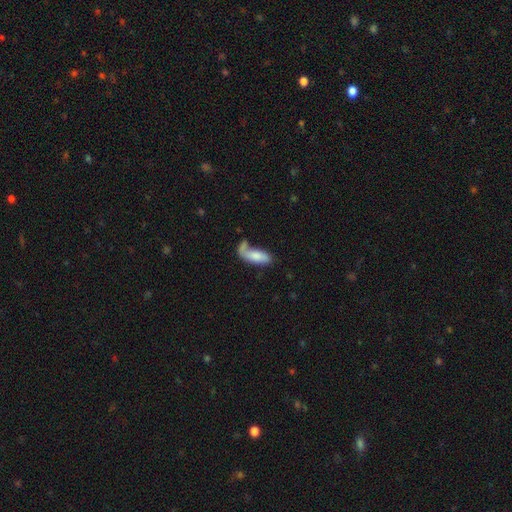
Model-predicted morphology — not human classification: Smooth or featured? Predicted: smooth (p=0.68). How rounded? Predicted: in between (p=0.72). Merging? Predicted: none (p=0.36).